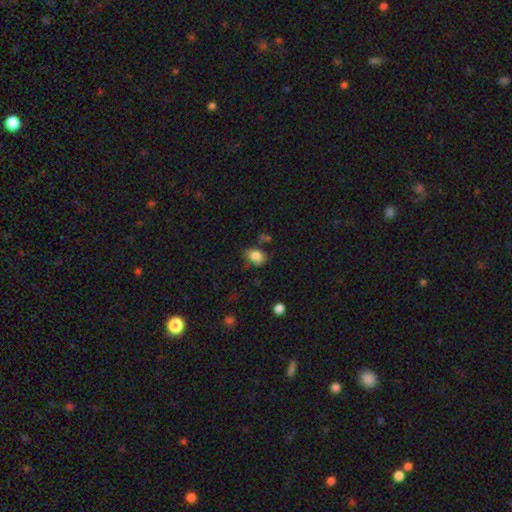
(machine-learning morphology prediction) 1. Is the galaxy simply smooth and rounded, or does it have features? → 82% smooth, 9% star or artifact, 8% featured or disk.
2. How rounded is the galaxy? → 69% in between, 29% round, 1% cigar-shaped.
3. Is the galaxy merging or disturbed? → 60% none, 25% minor disturbance, 8% merger, 7% major disturbance.